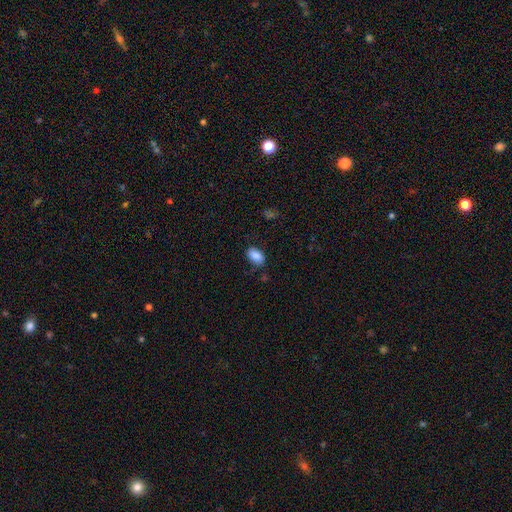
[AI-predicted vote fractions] This is clearly a smooth galaxy (87%). How rounded: clearly in between (91%). Merging: likely none (78%).